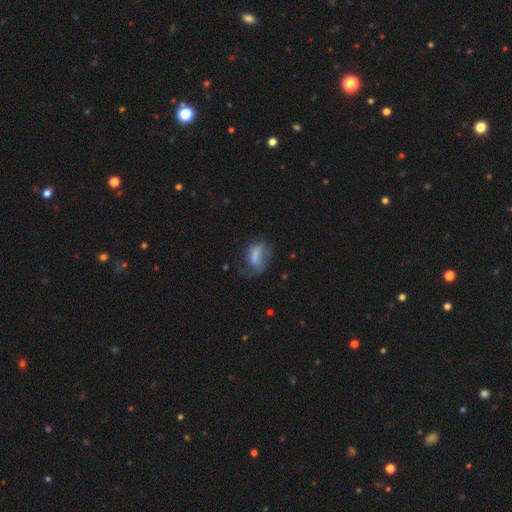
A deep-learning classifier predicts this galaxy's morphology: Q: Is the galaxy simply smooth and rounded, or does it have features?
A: smooth — 58%.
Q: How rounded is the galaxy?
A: in between — 79%.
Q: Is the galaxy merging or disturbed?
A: major disturbance — 35%.